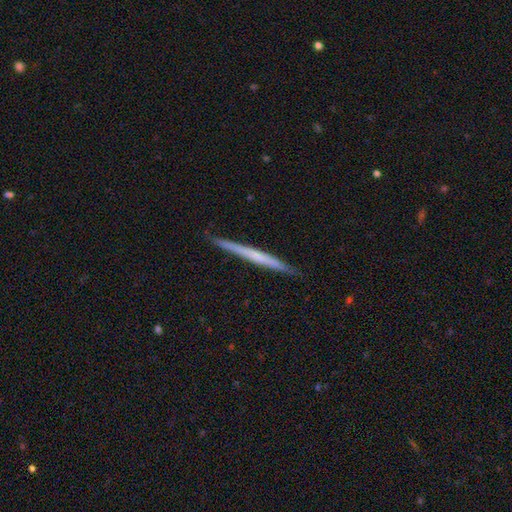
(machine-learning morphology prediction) Overall: featured or disk (56%; smooth 39%). Edge-on disk: yes (98%). Edge-on bulge: none (81%). Merging: none (90%).